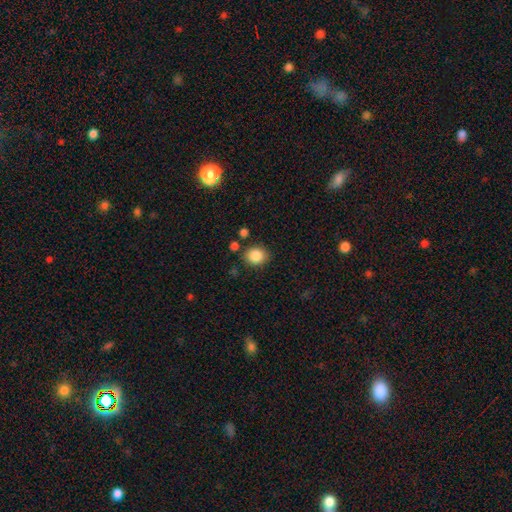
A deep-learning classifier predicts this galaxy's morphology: smooth-or-featured: smooth: 86% | star or artifact: 9% | featured or disk: 4%
  how-rounded: round: 73% | in between: 26% | cigar-shaped: 1%
  merging: none: 82% | minor disturbance: 10% | merger: 5% | major disturbance: 3%